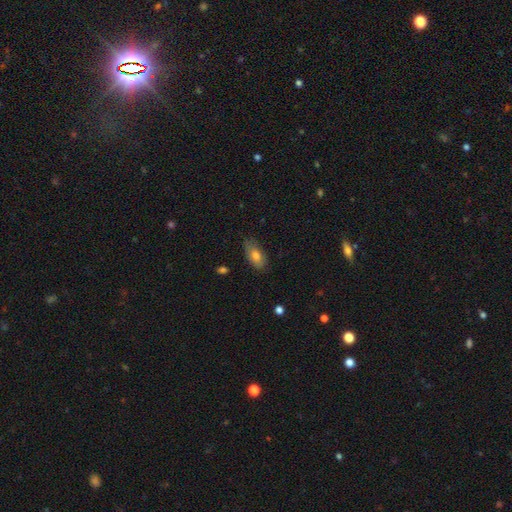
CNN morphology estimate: smooth_or_featured: smooth (p=0.74) [alt: featured or disk p=0.19]
how_rounded: in between (p=0.89) [alt: cigar-shaped p=0.06]
merging: none (p=0.71) [alt: minor disturbance p=0.24]